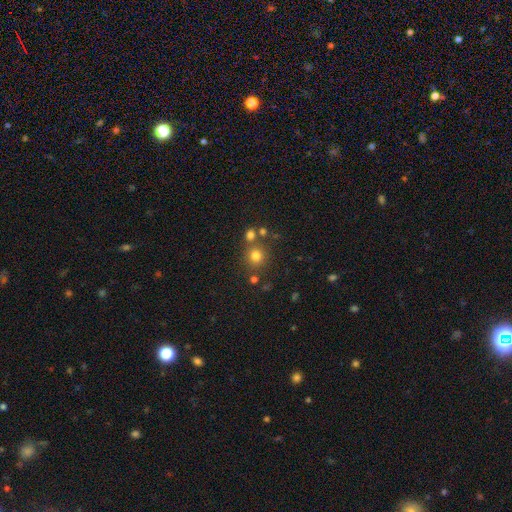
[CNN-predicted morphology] Smooth or featured?
  - smooth: 76% *
  - star or artifact: 16%
  - featured or disk: 8%
How rounded?
  - round: 90% *
  - in between: 9%
  - cigar-shaped: 1%
Merging?
  - none: 71% *
  - merger: 16%
  - minor disturbance: 9%
  - major disturbance: 4%